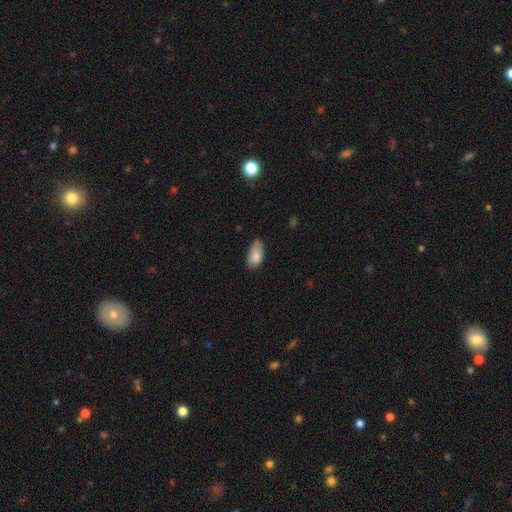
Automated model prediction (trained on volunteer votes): Smooth or featured? Predicted: smooth (p=0.84). How rounded? Predicted: in between (p=0.93). Merging? Predicted: none (p=0.64).